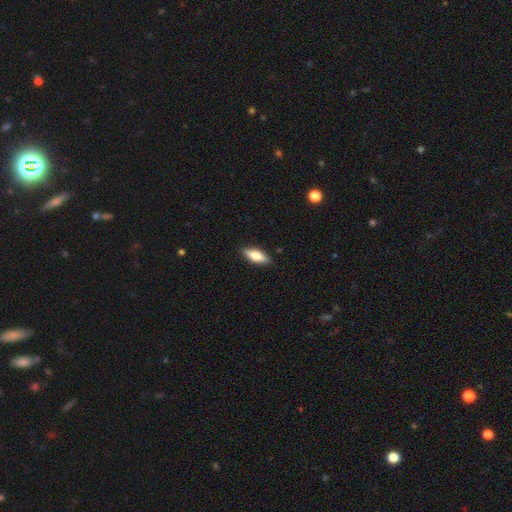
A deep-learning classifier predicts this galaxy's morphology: type=smooth (66%); roundness=in between (67%); merging=none (88%).